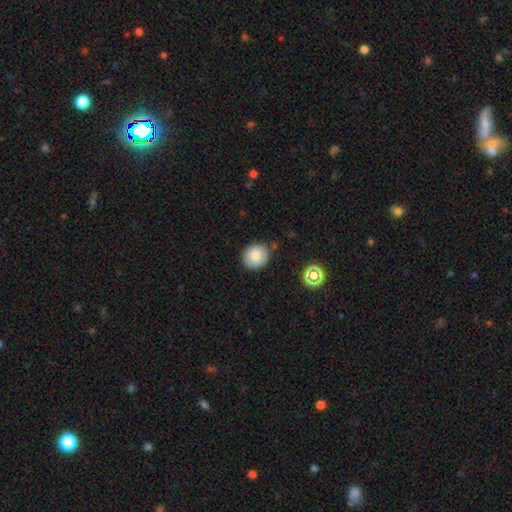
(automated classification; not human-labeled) Smooth or featured? smooth (81%)
How rounded? round (83%)
Merging? none (85%)